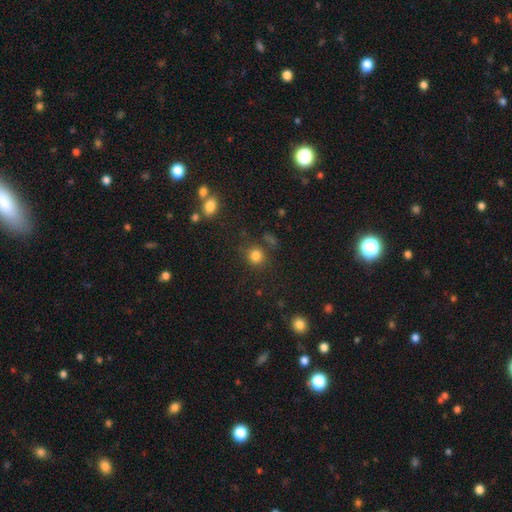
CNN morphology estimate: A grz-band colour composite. It shows a smooth galaxy with no disk features (81%) that is round (86%). Merging: none (76%).